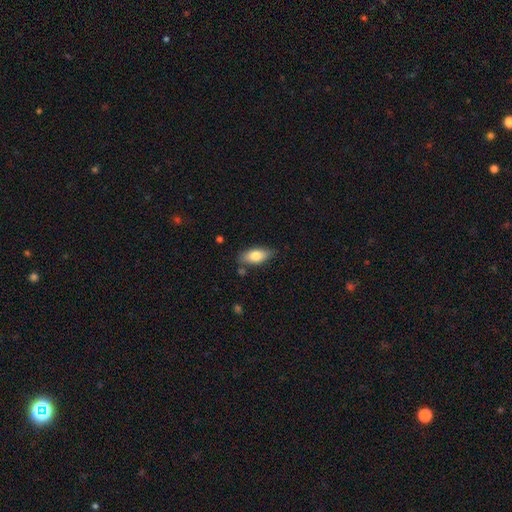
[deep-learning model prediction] This is likely a smooth galaxy (78%). How rounded: clearly in between (87%). Merging: likely none (78%).